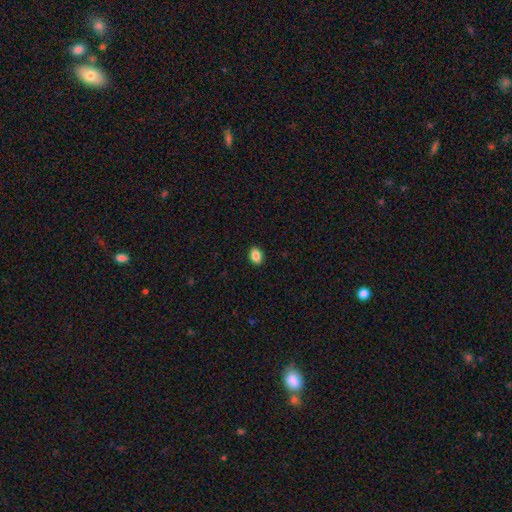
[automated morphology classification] This is clearly a smooth galaxy (87%). How rounded: likely in between (73%). Merging: clearly none (91%).